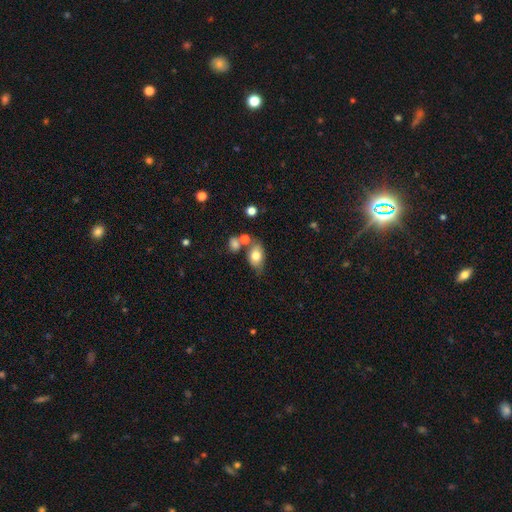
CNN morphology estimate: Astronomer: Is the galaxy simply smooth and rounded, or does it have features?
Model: smooth — 75%.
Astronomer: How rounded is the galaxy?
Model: in between — 82%.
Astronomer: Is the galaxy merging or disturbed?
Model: none — 56%.